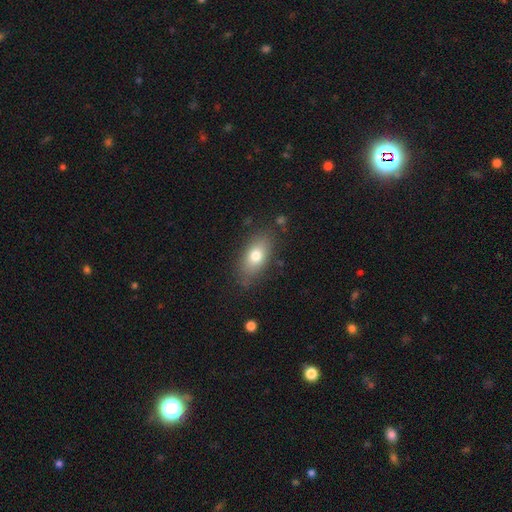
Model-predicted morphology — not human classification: Overall: smooth (74%). How rounded: in between (85%). Merging: none (81%).